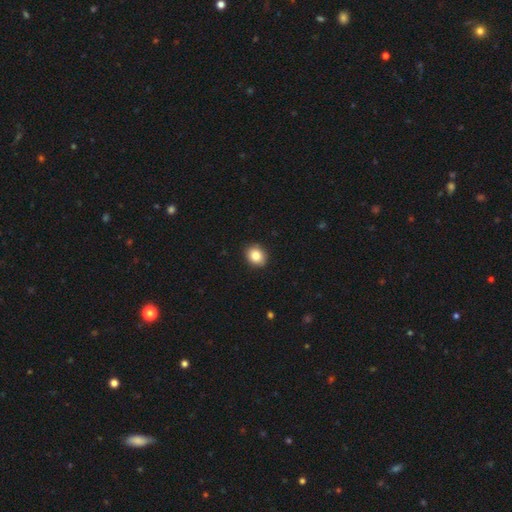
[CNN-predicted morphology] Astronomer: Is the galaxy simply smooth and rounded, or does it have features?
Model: smooth — 83%.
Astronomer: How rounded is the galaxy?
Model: round — 61% (runner-up: in between, 38%).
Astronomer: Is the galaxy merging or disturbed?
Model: none — 90%.